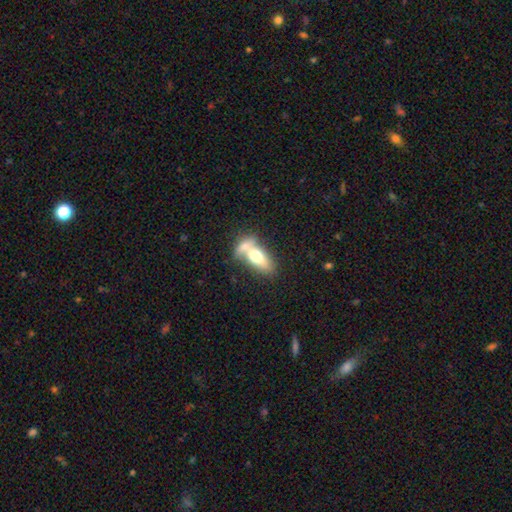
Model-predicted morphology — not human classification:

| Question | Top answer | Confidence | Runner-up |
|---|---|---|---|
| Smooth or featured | smooth | 66% | featured or disk (27%) |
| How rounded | in between | 80% | cigar-shaped (14%) |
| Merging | merger | 58% | none (25%) |